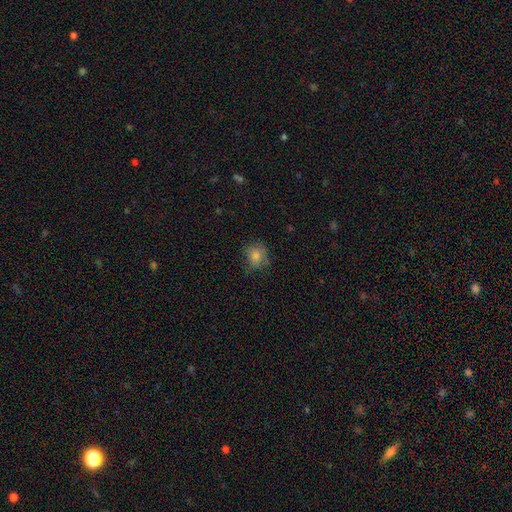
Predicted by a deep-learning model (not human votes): The model was most divided on "how rounded": round: 69%, in between: 30%, cigar-shaped: 1%. More confident: smooth or featured — smooth (72%); merging — none (65%).